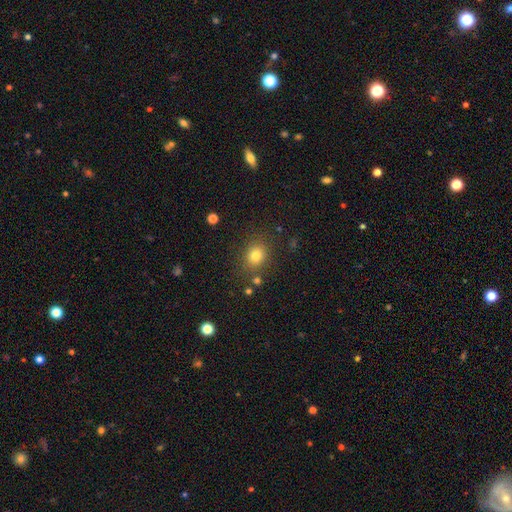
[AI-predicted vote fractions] Smooth or featured?
  - smooth: 79% *
  - star or artifact: 13%
  - featured or disk: 8%
How rounded?
  - round: 63% *
  - in between: 36%
  - cigar-shaped: 1%
Merging?
  - none: 81% *
  - minor disturbance: 11%
  - major disturbance: 4%
  - merger: 4%